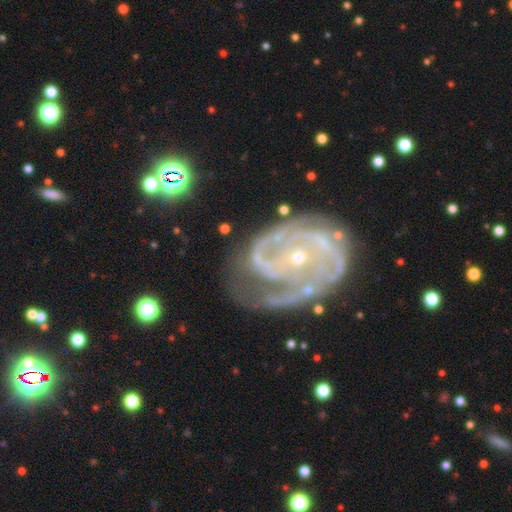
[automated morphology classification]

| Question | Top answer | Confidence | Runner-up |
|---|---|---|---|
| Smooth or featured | featured or disk | 89% | star or artifact (6%) |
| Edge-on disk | no | 97% | yes (3%) |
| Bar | no | 65% | weak (24%) |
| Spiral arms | yes | 97% | no (3%) |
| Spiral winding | tight | 61% | medium (32%) |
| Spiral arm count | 2 | 46% | 3 (18%) |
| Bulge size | small | 80% | moderate (16%) |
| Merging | none | 59% | minor disturbance (24%) |